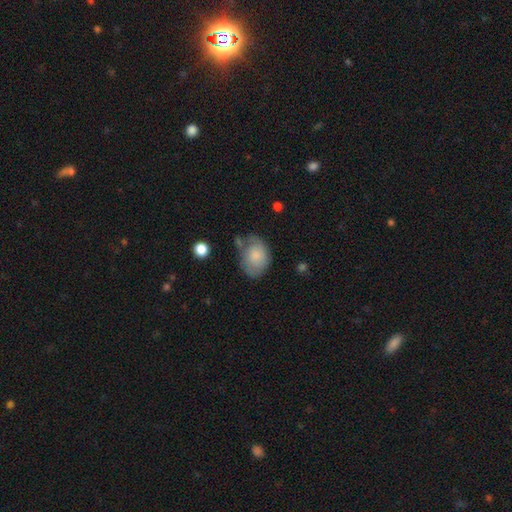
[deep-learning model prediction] A smooth galaxy with no disk features (76%) that is in between round and cigar-shaped (77%). Merging: none (47%).